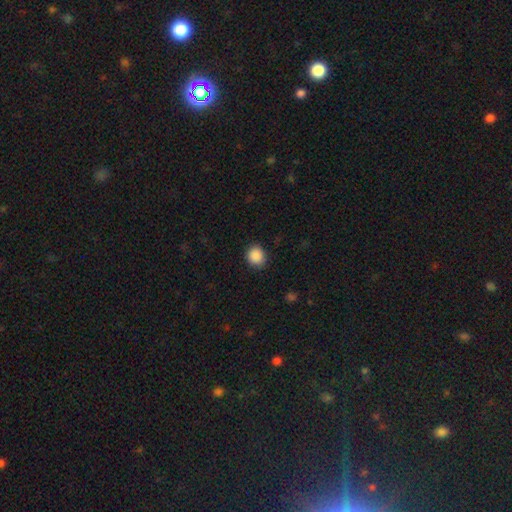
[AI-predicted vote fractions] The model was most divided on "how rounded": round: 82%, in between: 17%, cigar-shaped: 1%. More confident: smooth or featured — smooth (89%); merging — none (87%).